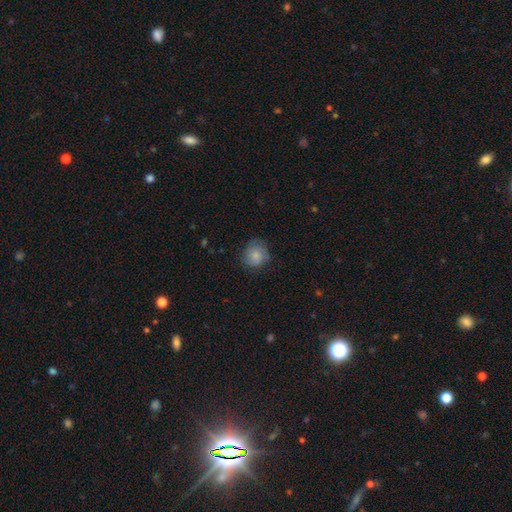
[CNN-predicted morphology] smooth 80%, featured or disk 12%, star or artifact 8%. Down the decision tree: how rounded — round (83%); merging — none (71%).